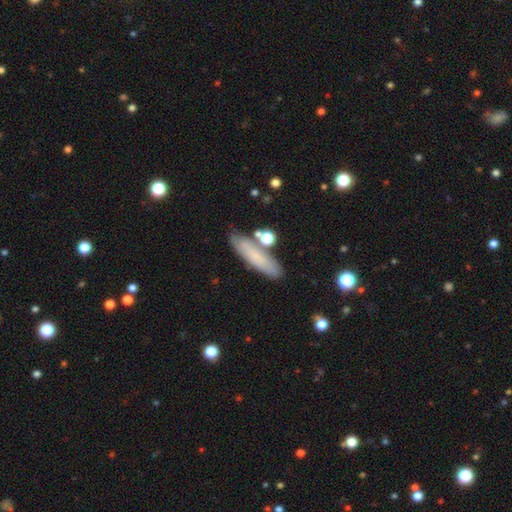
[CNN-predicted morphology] A smooth galaxy with no disk features (70%) that is cigar-shaped (74%). Merging: none (75%).